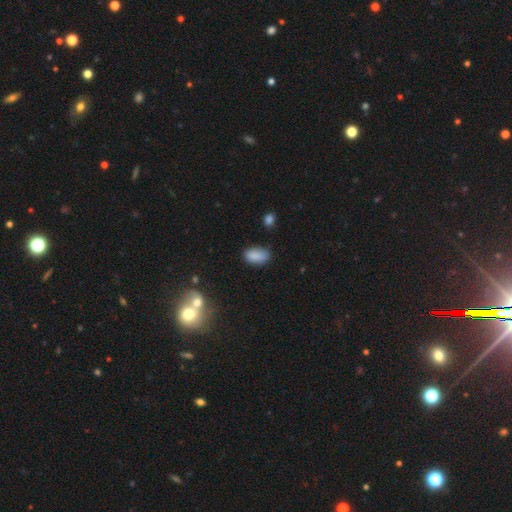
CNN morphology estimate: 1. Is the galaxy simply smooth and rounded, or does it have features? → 87% smooth, 9% star or artifact, 4% featured or disk.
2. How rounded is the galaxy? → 92% in between, 5% round, 3% cigar-shaped.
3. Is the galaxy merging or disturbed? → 77% none, 17% minor disturbance, 4% major disturbance, 2% merger.